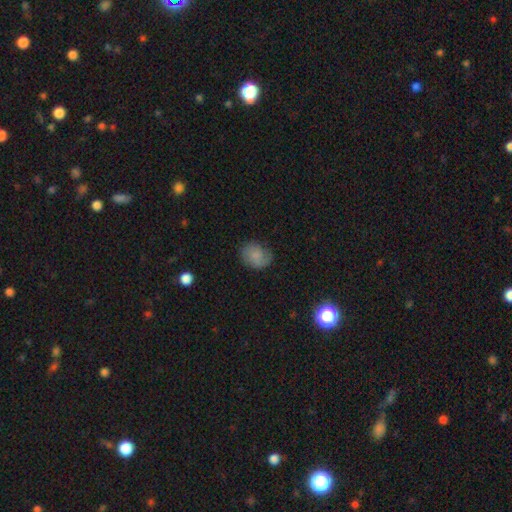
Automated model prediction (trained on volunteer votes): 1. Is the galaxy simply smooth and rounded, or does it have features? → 77% smooth, 13% featured or disk, 10% star or artifact.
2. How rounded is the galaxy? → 52% round, 47% in between, 1% cigar-shaped.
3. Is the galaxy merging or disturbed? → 72% none, 21% minor disturbance, 5% major disturbance, 1% merger.